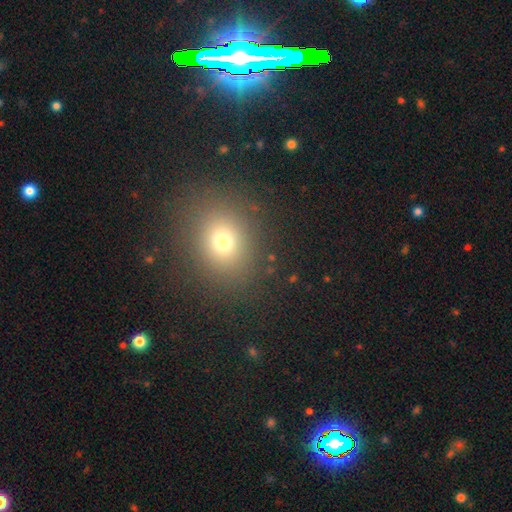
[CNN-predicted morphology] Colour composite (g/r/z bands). It shows a smooth galaxy with no disk features (56%) that is round (62%). Merging: none (90%).